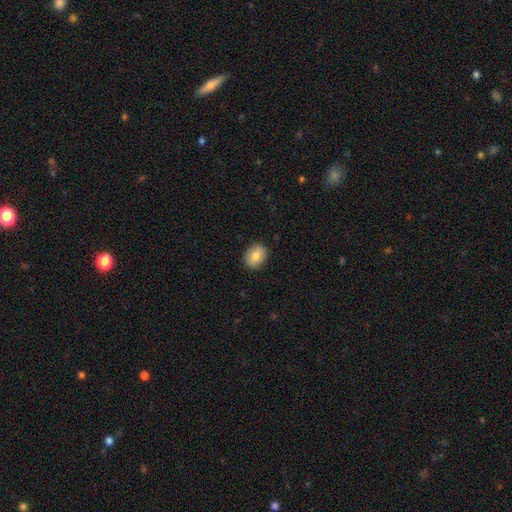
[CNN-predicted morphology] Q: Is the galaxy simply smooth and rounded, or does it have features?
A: smooth — 81%.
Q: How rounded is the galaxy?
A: in between — 58%.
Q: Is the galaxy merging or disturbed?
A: none — 90%.